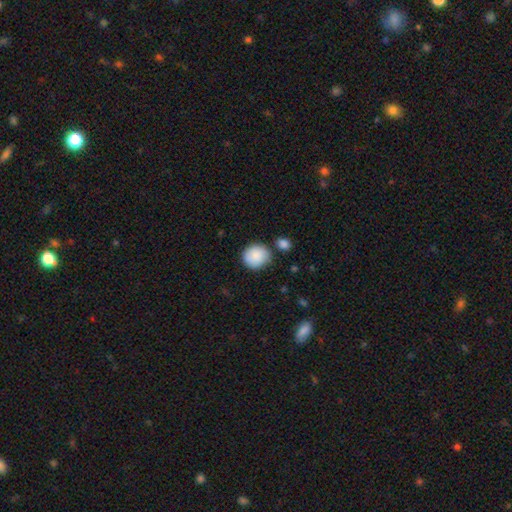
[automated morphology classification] This is clearly a smooth galaxy (88%). How rounded: clearly round (88%). Merging: likely none (76%).